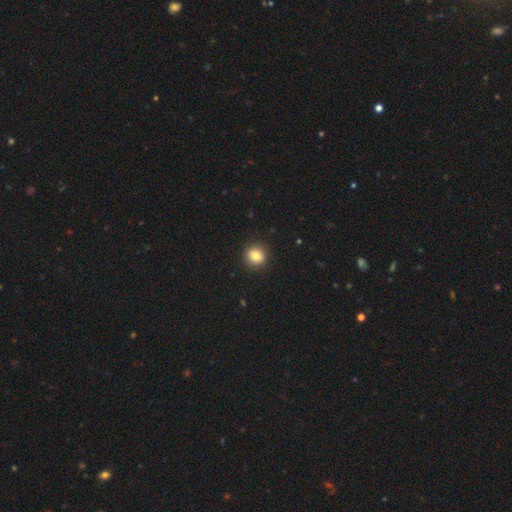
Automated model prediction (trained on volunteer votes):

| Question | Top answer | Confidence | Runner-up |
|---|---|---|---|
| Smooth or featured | smooth | 81% | star or artifact (10%) |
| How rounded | round | 87% | in between (12%) |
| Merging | none | 92% | minor disturbance (6%) |